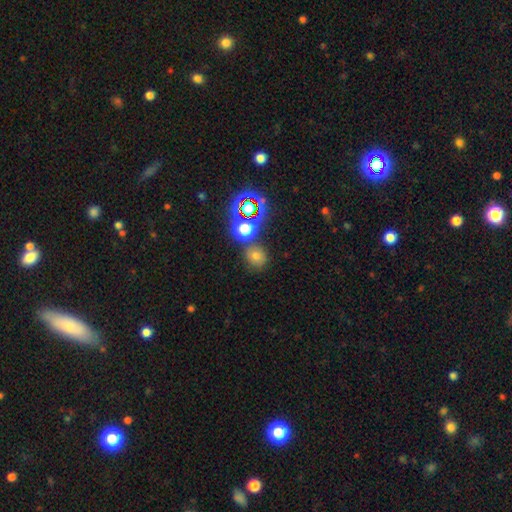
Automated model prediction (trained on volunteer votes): Smooth or featured: smooth — 58% (star or artifact — 31%)
How rounded: round — 77% (in between — 22%)
Merging: none — 76% (minor disturbance — 10%)